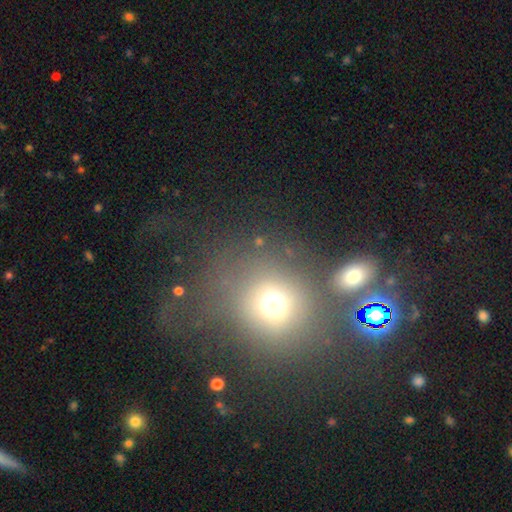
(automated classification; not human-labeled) Morphology: type=smooth (59%); roundness=round (82%); merging=none (49%).